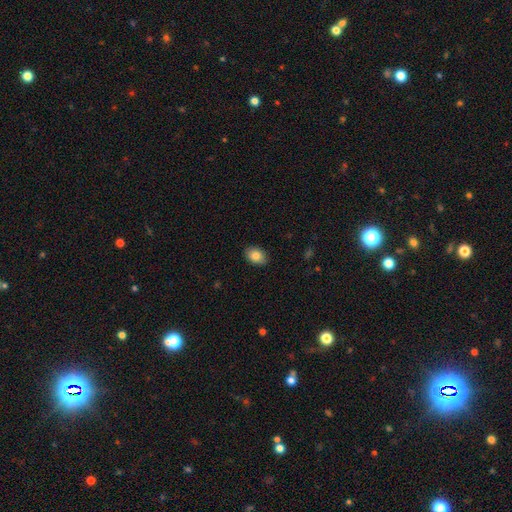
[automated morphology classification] This is clearly a smooth galaxy (85%). How rounded: clearly in between (80%). Merging: clearly none (87%).